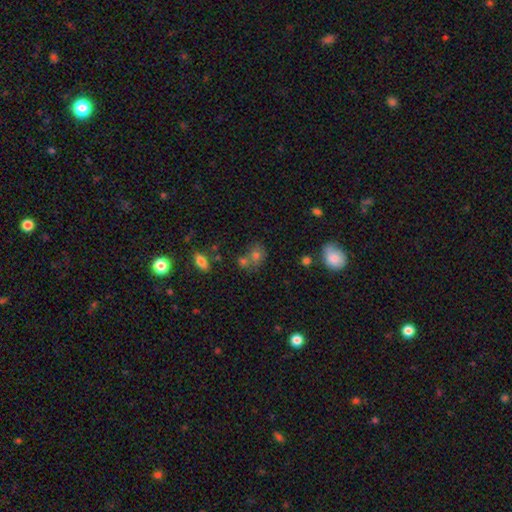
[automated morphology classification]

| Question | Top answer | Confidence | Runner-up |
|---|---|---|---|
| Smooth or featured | smooth | 67% | star or artifact (20%) |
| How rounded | round | 58% | in between (41%) |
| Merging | none | 46% | merger (36%) |